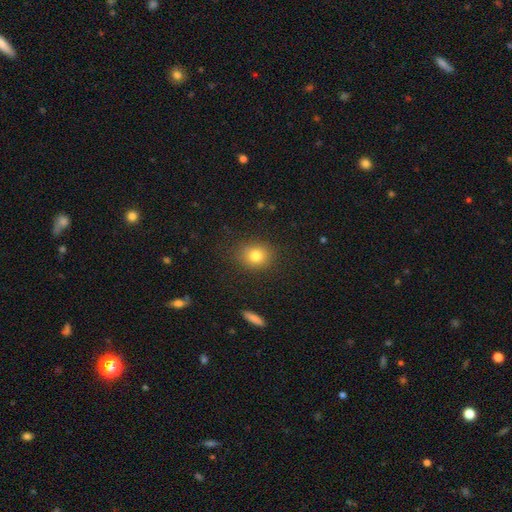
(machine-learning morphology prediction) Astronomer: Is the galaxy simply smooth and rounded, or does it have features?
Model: smooth — 80%.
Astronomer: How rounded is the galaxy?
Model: round — 70%.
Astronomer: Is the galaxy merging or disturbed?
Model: none — 86%.